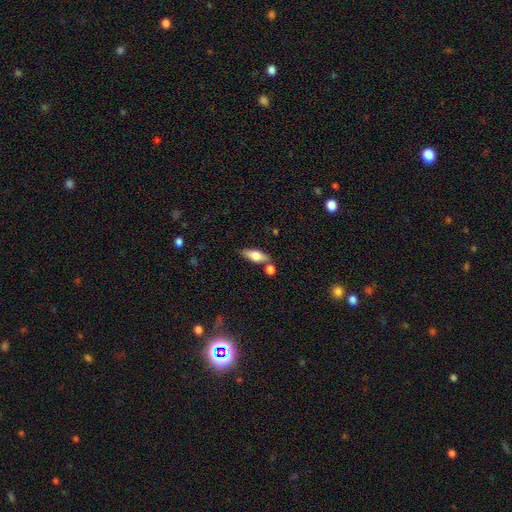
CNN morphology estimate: Smooth or featured?
  - smooth: 65% *
  - featured or disk: 28%
  - star or artifact: 7%
How rounded?
  - in between: 72% *
  - cigar-shaped: 25%
  - round: 3%
Merging?
  - none: 69% *
  - merger: 15%
  - minor disturbance: 13%
  - major disturbance: 3%